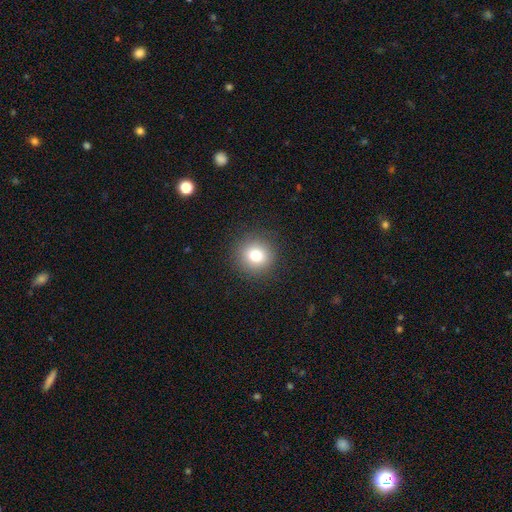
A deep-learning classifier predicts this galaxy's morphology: A smooth galaxy with no disk features (78%) that is round (94%).

Vote fractions:
- Smooth or featured? smooth: 78% / star or artifact: 13% / featured or disk: 9%
- How rounded? round: 94% / in between: 6% / cigar-shaped: 1%
- Merging? none: 91% / minor disturbance: 6% / major disturbance: 2% / merger: 1%